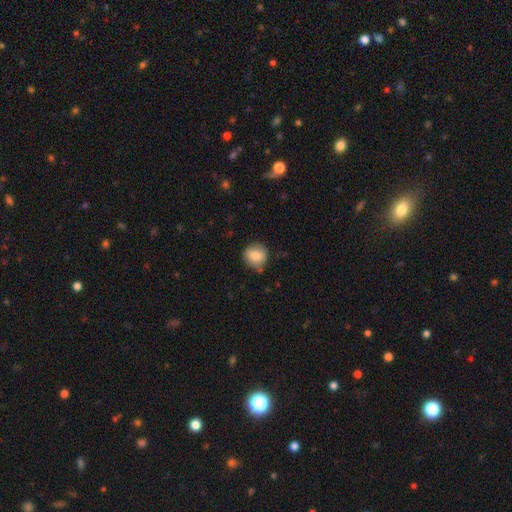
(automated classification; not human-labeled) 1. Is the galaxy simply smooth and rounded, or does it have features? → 81% smooth, 10% featured or disk, 8% star or artifact.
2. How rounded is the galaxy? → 86% round, 13% in between, 1% cigar-shaped.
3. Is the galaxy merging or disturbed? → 74% none, 20% minor disturbance, 4% major disturbance, 3% merger.